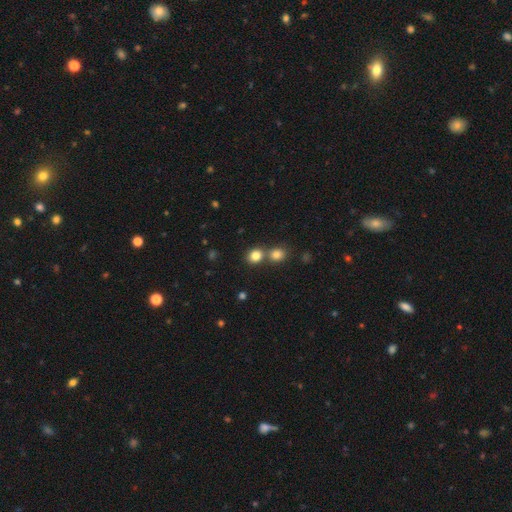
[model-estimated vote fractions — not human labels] Smooth or featured?
  - smooth: 82% *
  - star or artifact: 12%
  - featured or disk: 6%
How rounded?
  - round: 76% *
  - in between: 23%
  - cigar-shaped: 1%
Merging?
  - none: 58% *
  - merger: 33%
  - minor disturbance: 7%
  - major disturbance: 3%